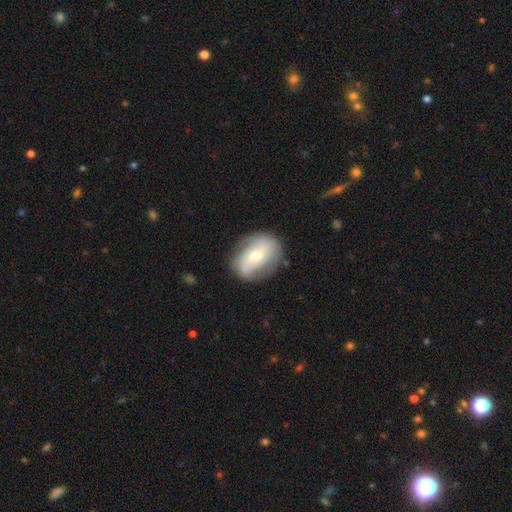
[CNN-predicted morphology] Overall: featured or disk (56%; smooth 37%). Edge-on disk: no (94%). Bar: no (50%; weak 31%). Spiral arms: yes (65%; no 35%). Bulge size: moderate (56%; small 39%). Merging: none (74%).